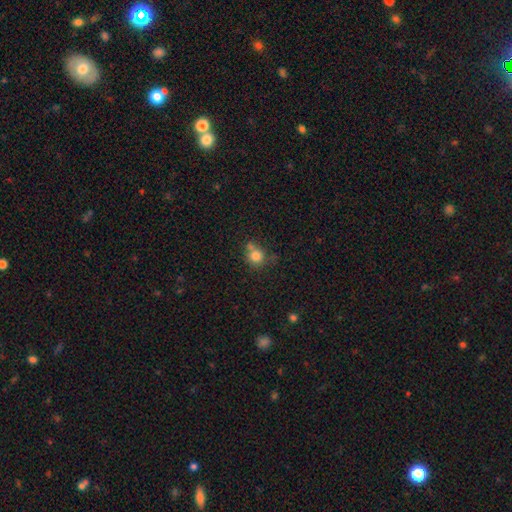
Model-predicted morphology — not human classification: A smooth galaxy with no disk features (79%) that is round (82%). Merging: none (51%).